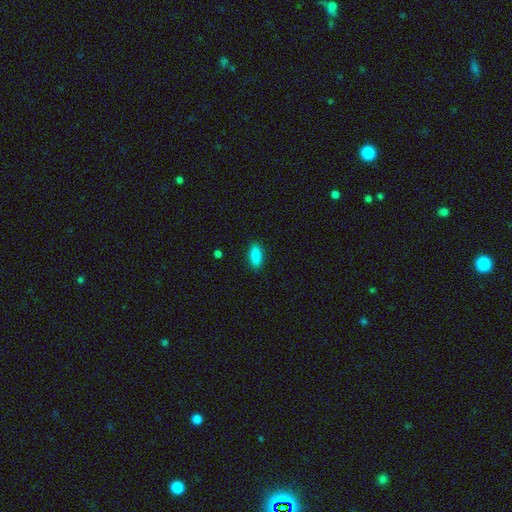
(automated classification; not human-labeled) This appears to be a smooth galaxy with no disk features (89%) that is in between round and cigar-shaped (83%). Merging: none (89%).